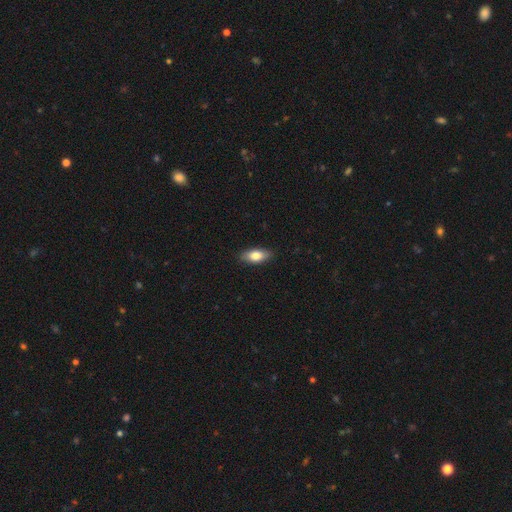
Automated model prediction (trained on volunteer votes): Smooth or featured? smooth (79%)
How rounded? in between (85%)
Merging? none (88%)